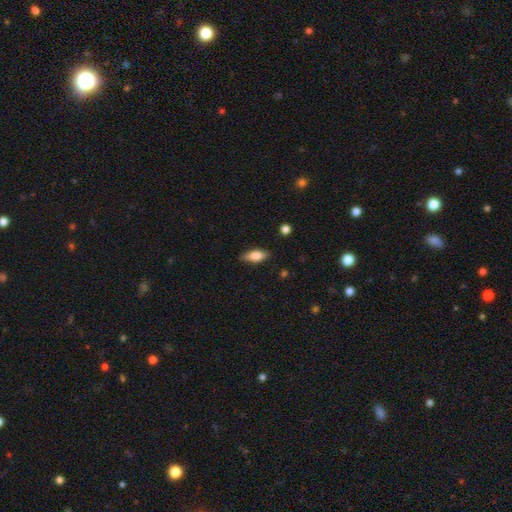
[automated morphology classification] smooth 77%, featured or disk 16%, star or artifact 7%. Down the decision tree: how rounded — in between (77%); merging — none (82%).